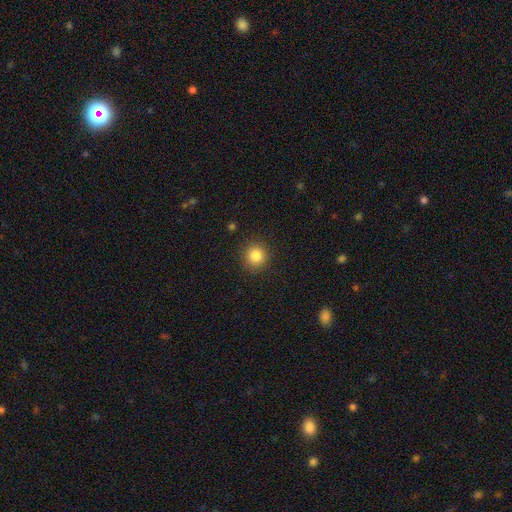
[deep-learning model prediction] smooth_or_featured: smooth (p=0.85) [alt: star or artifact p=0.11]
how_rounded: round (p=0.92) [alt: in between p=0.07]
merging: none (p=0.90) [alt: minor disturbance p=0.06]